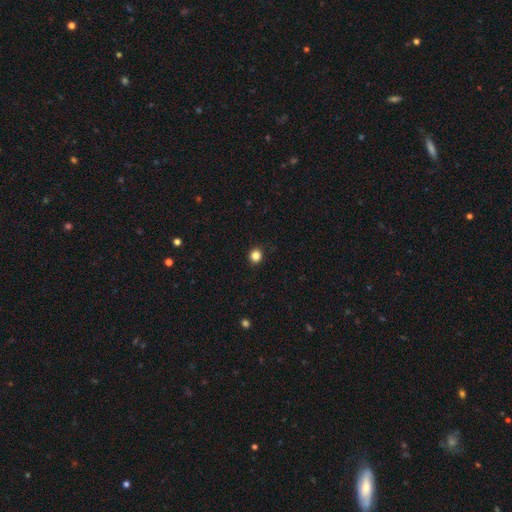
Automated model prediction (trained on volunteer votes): smooth 85%, star or artifact 12%, featured or disk 3%. Down the decision tree: how rounded — round (89%); merging — none (91%).